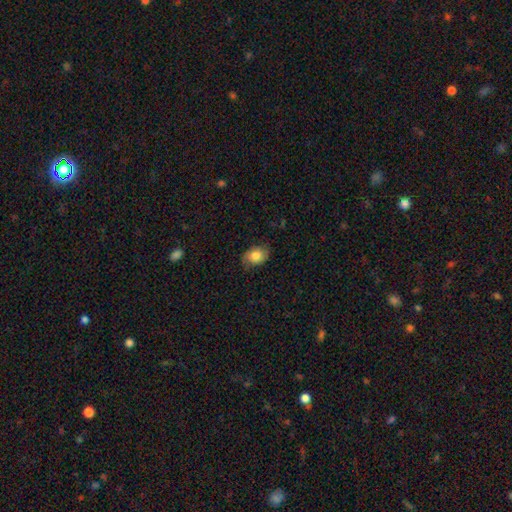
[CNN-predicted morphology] type=smooth (75%); roundness=in between (71%); merging=none (75%).